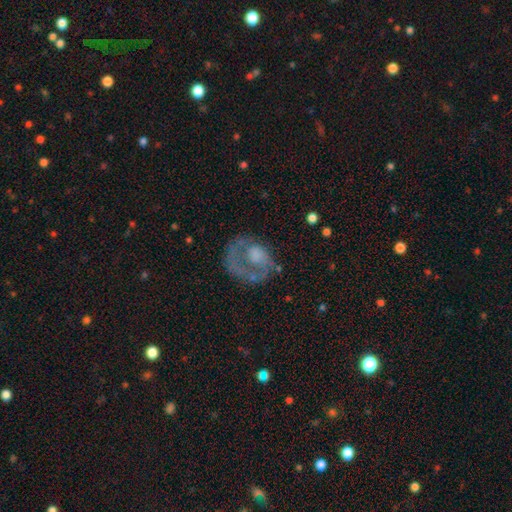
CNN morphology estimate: Smooth or featured?
  - featured or disk: 53% *
  - smooth: 38%
  - star or artifact: 9%
Edge-on disk?
  - no: 97% *
  - yes: 3%
Bar?
  - no: 88% *
  - weak: 10%
  - strong: 2%
Spiral arms?
  - no: 63% *
  - yes: 37%
Bulge size?
  - moderate: 31% *
  - none: 27%
  - large: 26%
  - small: 12%
  - dominant: 4%
Merging?
  - none: 43% *
  - major disturbance: 34%
  - minor disturbance: 19%
  - merger: 4%